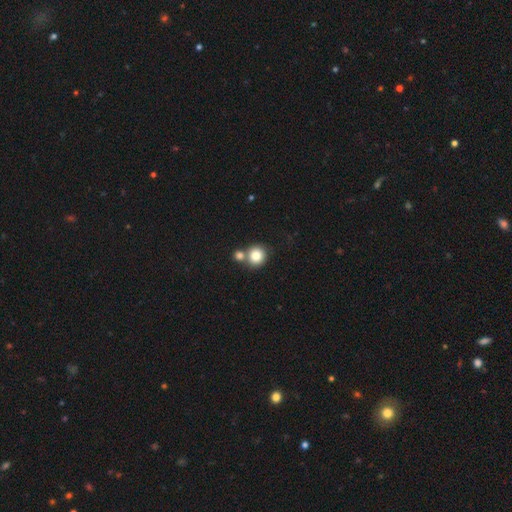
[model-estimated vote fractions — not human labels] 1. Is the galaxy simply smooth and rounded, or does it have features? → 82% smooth, 10% star or artifact, 8% featured or disk.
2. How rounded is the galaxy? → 89% round, 10% in between, 1% cigar-shaped.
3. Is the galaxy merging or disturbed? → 56% none, 34% merger, 8% minor disturbance, 3% major disturbance.